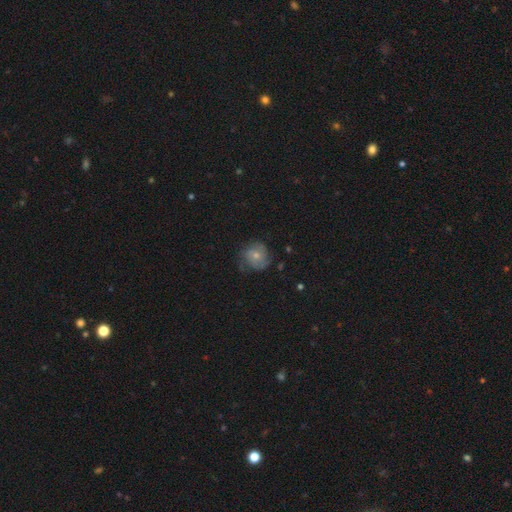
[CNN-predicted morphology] This is possibly a smooth galaxy (55%). How rounded: likely round (79%). Merging: possibly none (58%).